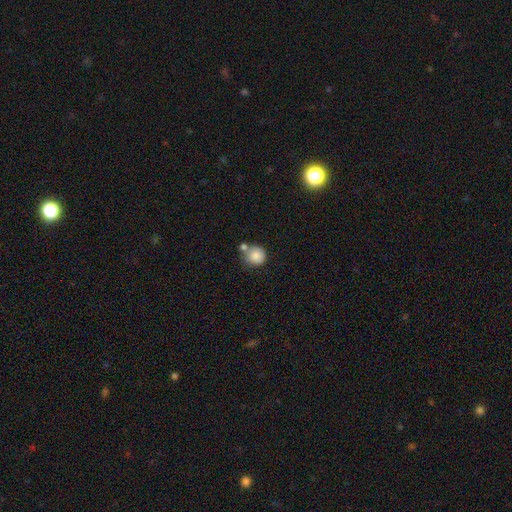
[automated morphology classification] Overall: smooth (84%). How rounded: round (89%). Merging: none (50%; merger 31%).